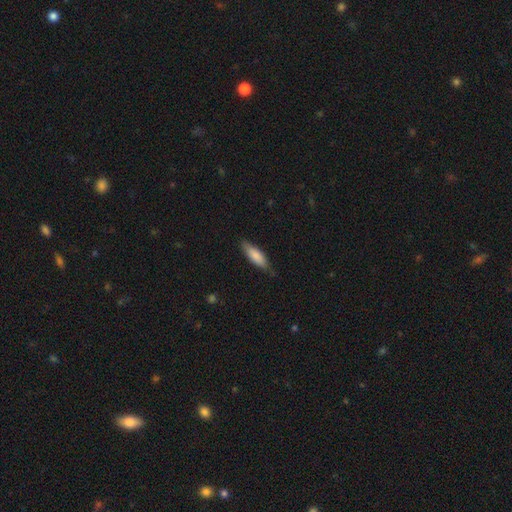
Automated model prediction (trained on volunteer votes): Smooth or featured?
  - smooth: 81% *
  - featured or disk: 13%
  - star or artifact: 5%
How rounded?
  - in between: 52% *
  - cigar-shaped: 46%
  - round: 2%
Merging?
  - none: 78% *
  - minor disturbance: 18%
  - major disturbance: 3%
  - merger: 1%